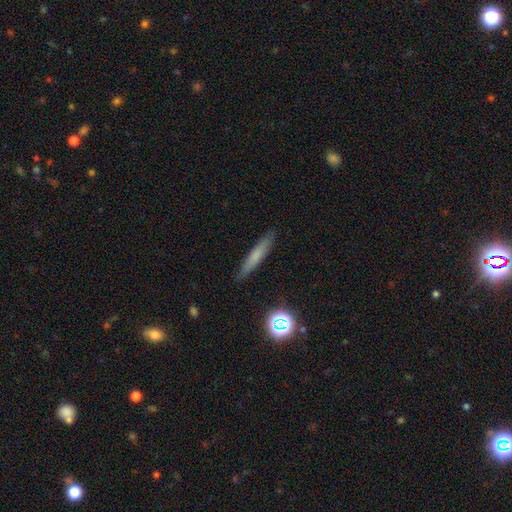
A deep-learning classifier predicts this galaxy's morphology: This appears to be a smooth galaxy with no disk features (65%) that is cigar-shaped (92%). Merging: none (88%).